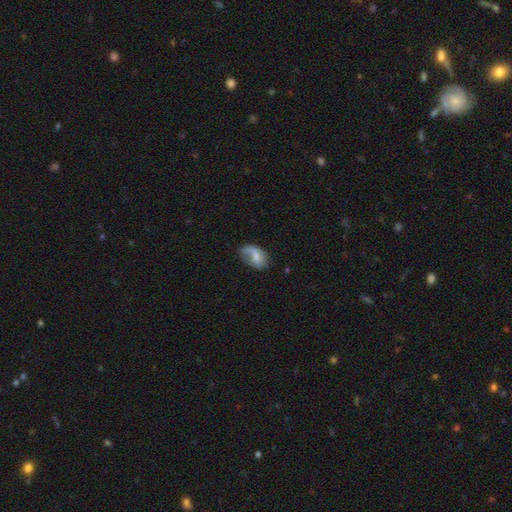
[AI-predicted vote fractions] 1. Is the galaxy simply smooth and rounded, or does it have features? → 53% smooth, 40% featured or disk, 8% star or artifact.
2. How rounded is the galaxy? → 87% in between, 11% round, 2% cigar-shaped.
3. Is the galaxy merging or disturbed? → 44% none, 32% minor disturbance, 21% major disturbance, 3% merger.